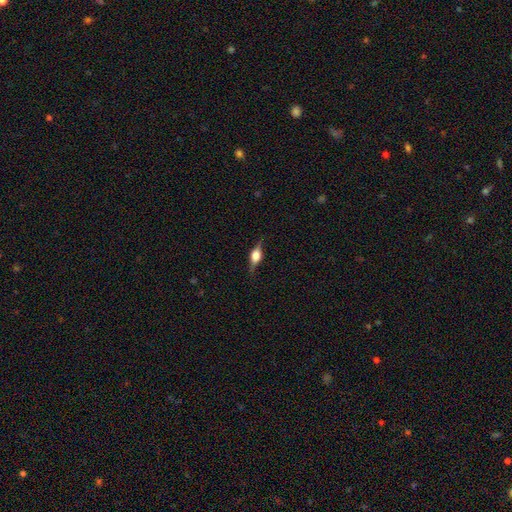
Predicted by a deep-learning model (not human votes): featured or disk 62%, smooth 30%, star or artifact 8%. Down the decision tree: edge-on disk — yes (96%); edge-on bulge — rounded (91%); merging — none (81%).